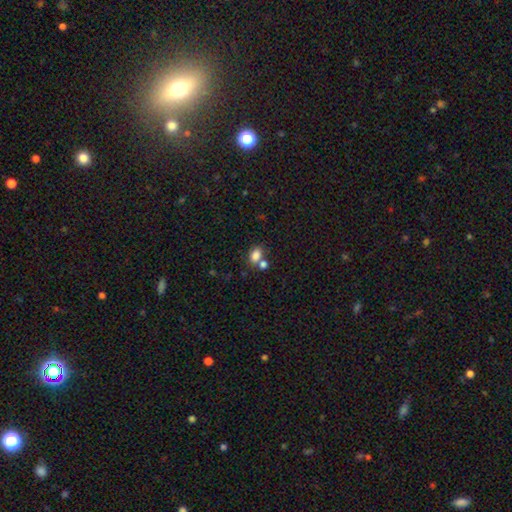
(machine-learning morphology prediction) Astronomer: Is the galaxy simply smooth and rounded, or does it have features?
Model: smooth — 82%.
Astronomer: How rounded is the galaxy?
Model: in between — 76%.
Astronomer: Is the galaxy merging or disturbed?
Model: none — 51% (runner-up: merger, 34%).